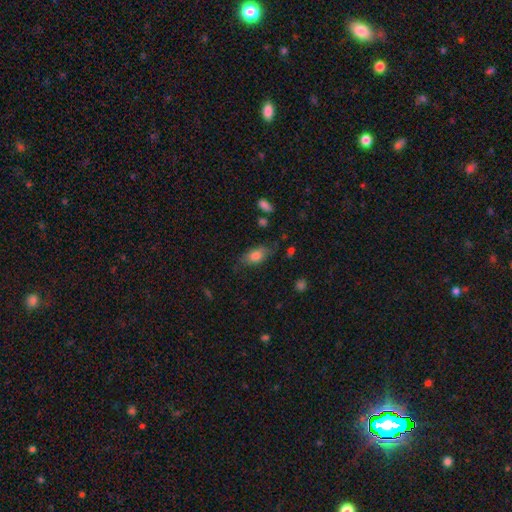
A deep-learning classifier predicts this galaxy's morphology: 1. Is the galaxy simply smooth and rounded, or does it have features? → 79% smooth, 13% featured or disk, 8% star or artifact.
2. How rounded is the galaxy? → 87% in between, 7% cigar-shaped, 6% round.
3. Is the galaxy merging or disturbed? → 67% none, 23% minor disturbance, 7% major disturbance, 2% merger.